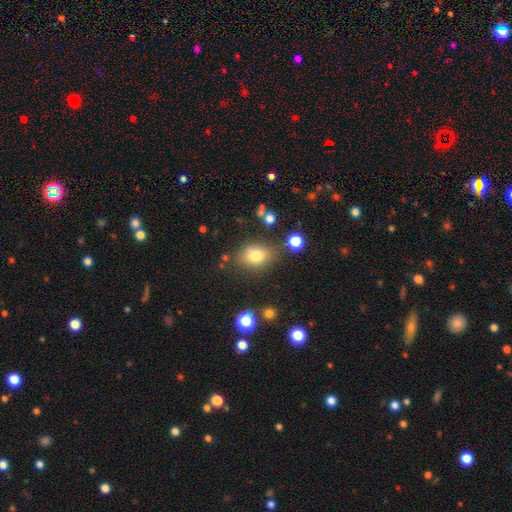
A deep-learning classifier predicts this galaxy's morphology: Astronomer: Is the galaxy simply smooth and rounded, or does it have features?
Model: smooth — 76%.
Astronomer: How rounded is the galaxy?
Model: in between — 69%.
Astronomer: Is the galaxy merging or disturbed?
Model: none — 73%.